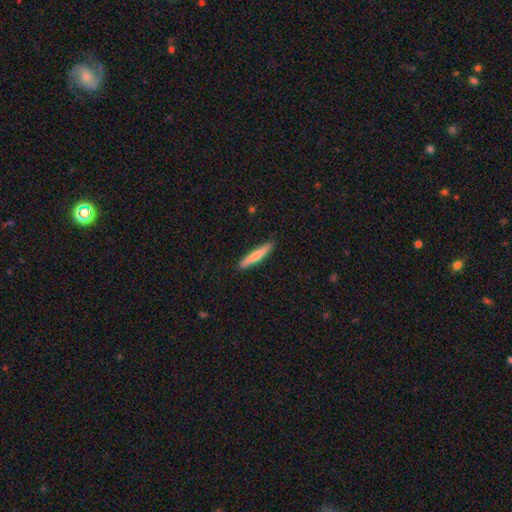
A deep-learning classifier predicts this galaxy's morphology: Smooth or featured? Predicted: smooth (p=0.76). How rounded? Predicted: cigar-shaped (p=0.93). Merging? Predicted: none (p=0.90).